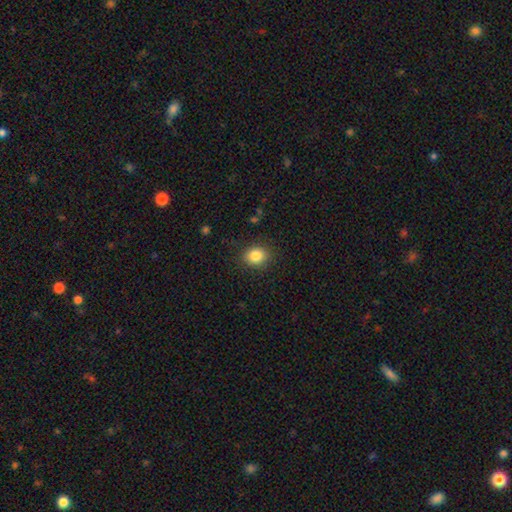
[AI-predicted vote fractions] Q: Smooth or featured?
A: smooth (84%); runner-up: star or artifact (10%)
Q: How rounded?
A: round (64%); runner-up: in between (35%)
Q: Merging?
A: none (88%); runner-up: minor disturbance (9%)